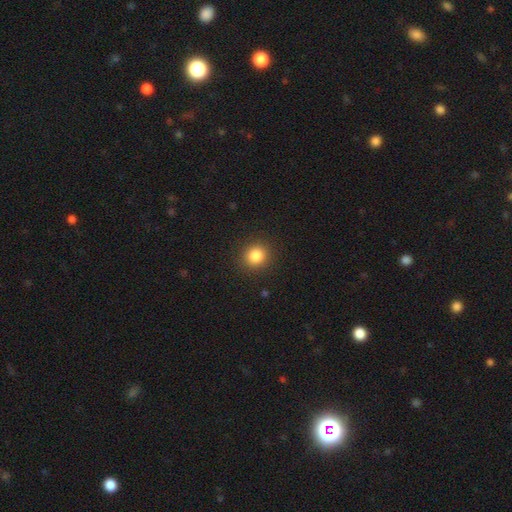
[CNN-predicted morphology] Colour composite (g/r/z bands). It shows a smooth galaxy with no disk features (84%) that is round (88%). Merging: none (90%).